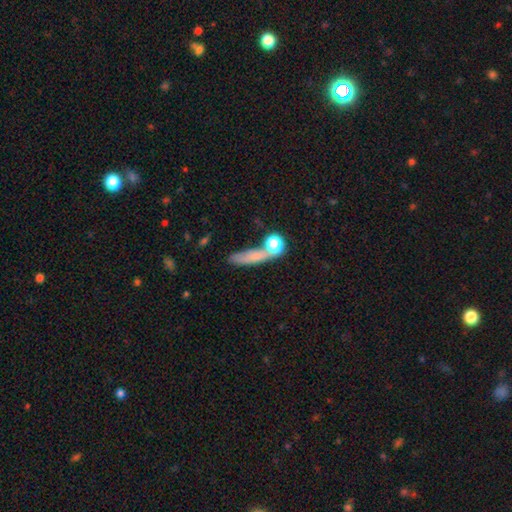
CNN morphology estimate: Q: Smooth or featured?
A: smooth (67%); runner-up: featured or disk (19%)
Q: How rounded?
A: cigar-shaped (59%); runner-up: in between (23%)
Q: Merging?
A: none (52%); runner-up: merger (21%)